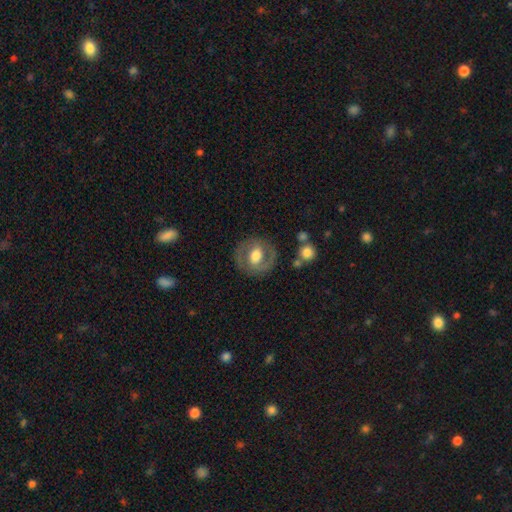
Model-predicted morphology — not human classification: A featured or disk galaxy (57%) with no bar (41%), spiral arms (52%) and a moderate central bulge (60%).

Vote fractions:
- Smooth or featured? featured or disk: 57% / smooth: 37% / star or artifact: 6%
- Edge-on disk? no: 96% / yes: 4%
- Bar? no: 41% / weak: 40% / strong: 19%
- Spiral arms? yes: 52% / no: 48%
- Bulge size? moderate: 60% / large: 30% / small: 7% / dominant: 2% / none: 1%
- Merging? none: 79% / minor disturbance: 13% / major disturbance: 7% / merger: 2%